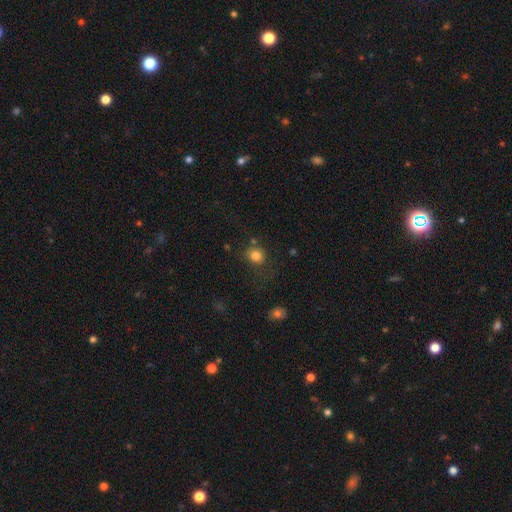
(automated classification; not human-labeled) A smooth galaxy with no disk features (82%) that is round (78%). Merging: none (71%).